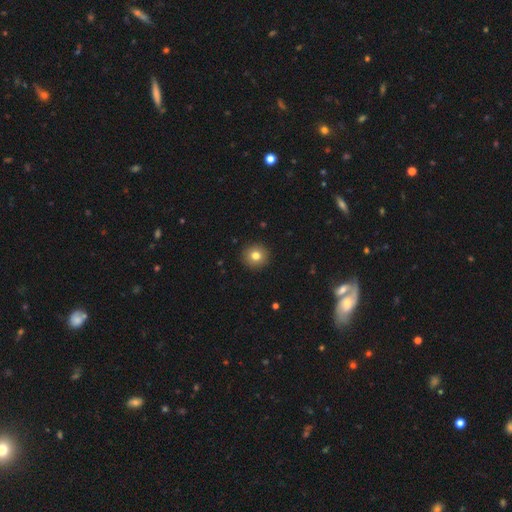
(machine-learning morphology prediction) Overall: smooth (80%). How rounded: round (94%). Merging: none (93%).